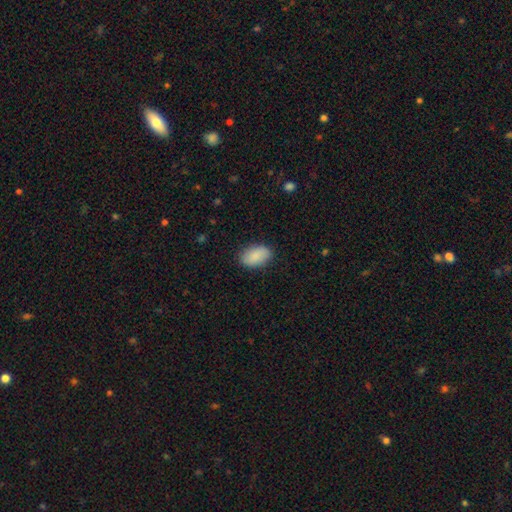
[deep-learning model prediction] A smooth galaxy with no disk features (89%) that is in between round and cigar-shaped (92%). Merging: none (86%).